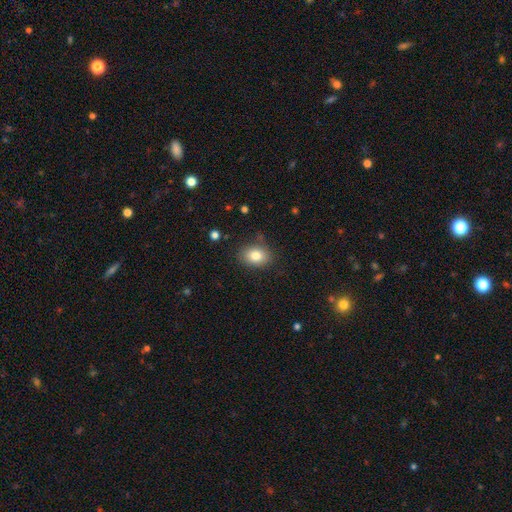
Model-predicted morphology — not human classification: Smooth or featured? Predicted: smooth (p=0.81). How rounded? Predicted: in between (p=0.64). Merging? Predicted: none (p=0.82).